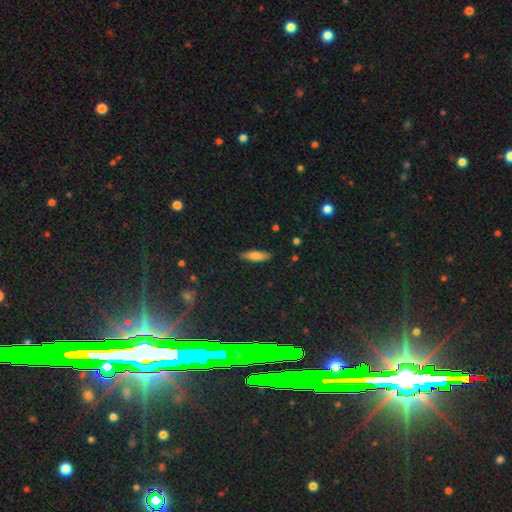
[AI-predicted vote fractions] The model was most divided on "how rounded": cigar-shaped: 51%, in between: 47%, round: 2%. More confident: merging — none (87%); smooth or featured — smooth (72%).